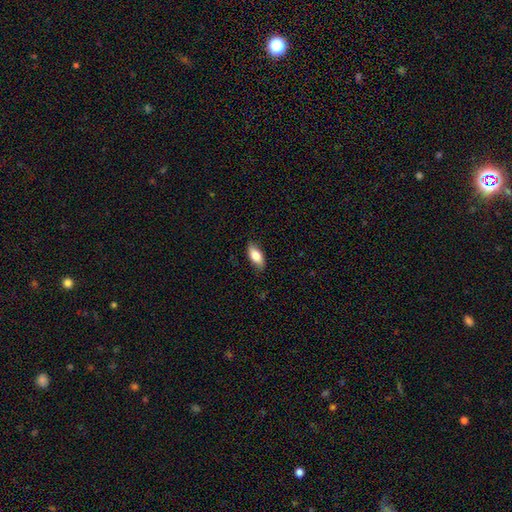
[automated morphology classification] The model was most divided on "smooth or featured": smooth: 79%, featured or disk: 15%, star or artifact: 6%. More confident: how rounded — in between (86%); merging — none (81%).